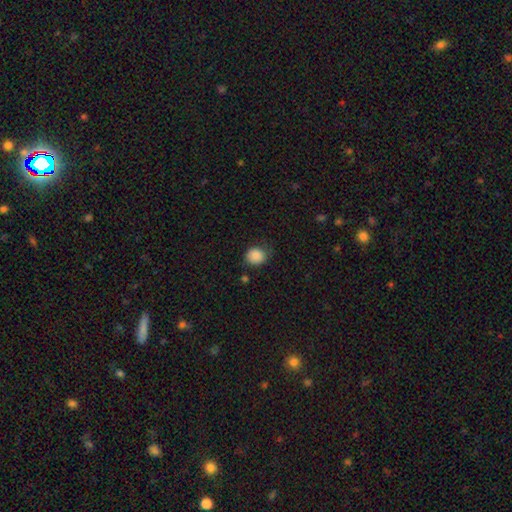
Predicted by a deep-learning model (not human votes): Smooth or featured? Predicted: smooth (p=0.86). How rounded? Predicted: round (p=0.75). Merging? Predicted: none (p=0.70).